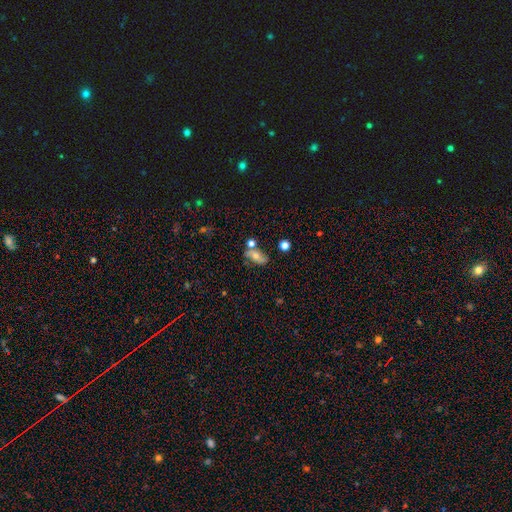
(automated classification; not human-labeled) Smooth or featured? smooth (52%)
How rounded? in between (81%)
Merging? none (54%)